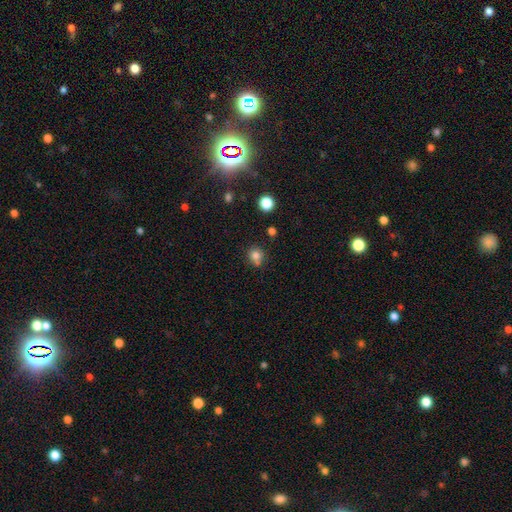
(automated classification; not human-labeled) Smooth or featured: smooth — 80% (star or artifact — 13%)
How rounded: round — 86% (in between — 13%)
Merging: none — 65% (merger — 17%)